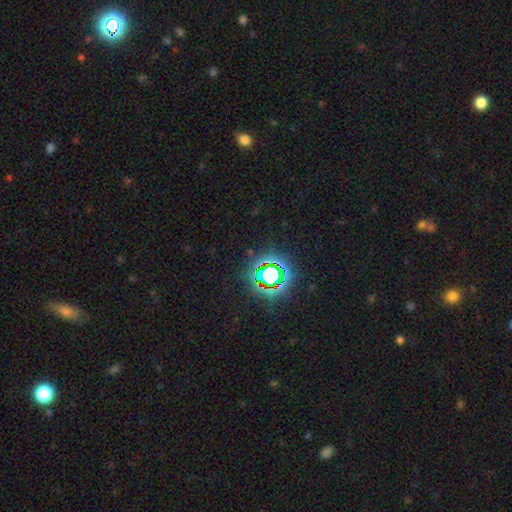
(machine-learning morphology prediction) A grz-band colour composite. It shows a star or artifact, not a galaxy (79%).